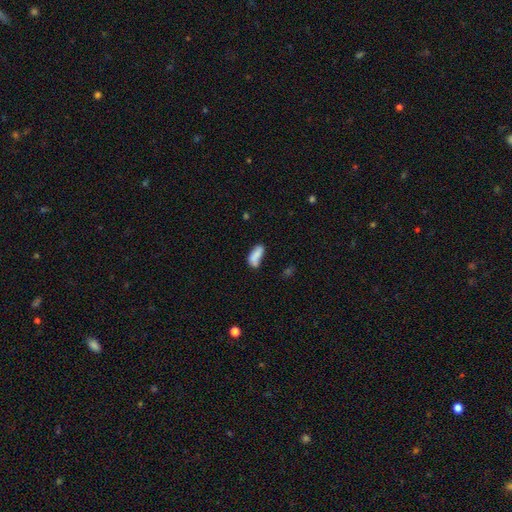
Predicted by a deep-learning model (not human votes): Smooth or featured? Predicted: smooth (p=0.79). How rounded? Predicted: in between (p=0.77). Merging? Predicted: none (p=0.52).